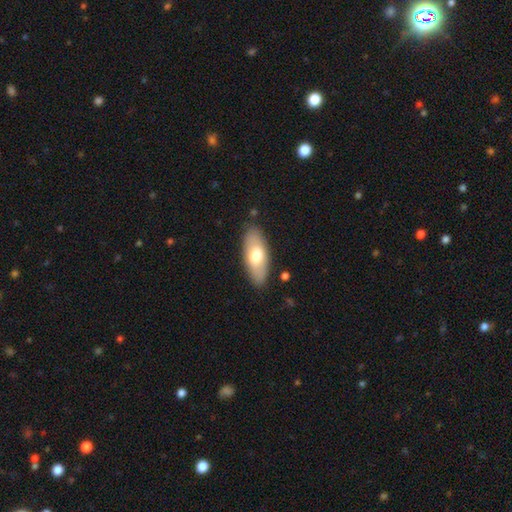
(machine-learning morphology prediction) Smooth or featured? Predicted: smooth (p=0.68). How rounded? Predicted: in between (p=0.79). Merging? Predicted: none (p=0.85).